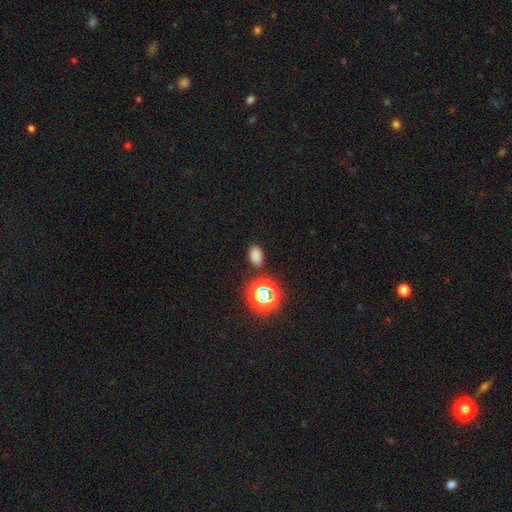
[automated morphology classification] smooth 74%, star or artifact 21%, featured or disk 5%. Down the decision tree: how rounded — in between (85%); merging — none (85%).